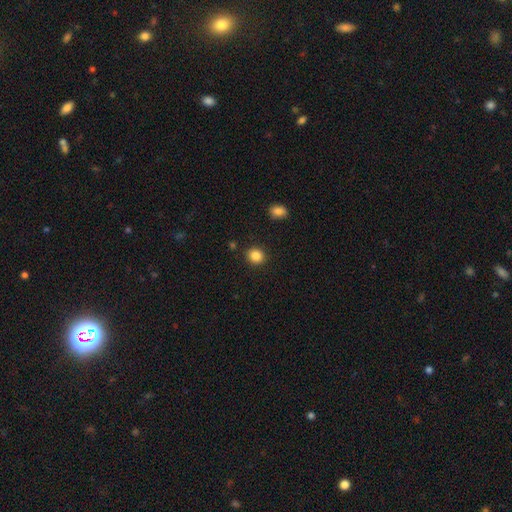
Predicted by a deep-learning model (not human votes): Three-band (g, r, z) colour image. It shows a smooth galaxy with no disk features (86%) that is round (77%). Merging: none (89%).